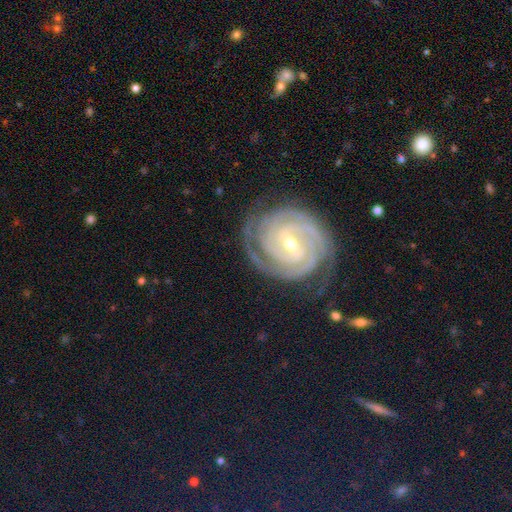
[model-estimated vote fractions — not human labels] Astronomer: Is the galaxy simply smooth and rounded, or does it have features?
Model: featured or disk — 80%.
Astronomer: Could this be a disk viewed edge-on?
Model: no — 97%.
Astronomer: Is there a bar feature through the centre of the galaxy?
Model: weak — 44% (runner-up: strong, 38%).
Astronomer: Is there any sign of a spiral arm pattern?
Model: yes — 98%.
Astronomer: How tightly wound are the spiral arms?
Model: tight — 85%.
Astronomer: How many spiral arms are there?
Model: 2 — 40% (runner-up: 3, 21%).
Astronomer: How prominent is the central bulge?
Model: small — 57% (runner-up: moderate, 40%).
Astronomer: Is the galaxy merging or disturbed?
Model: none — 81%.